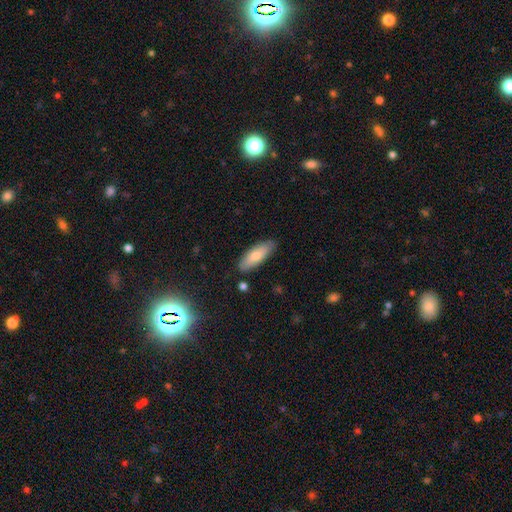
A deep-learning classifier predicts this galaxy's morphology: The model was most divided on "how rounded": in between: 70%, cigar-shaped: 28%, round: 2%. More confident: merging — none (82%); smooth or featured — smooth (73%).